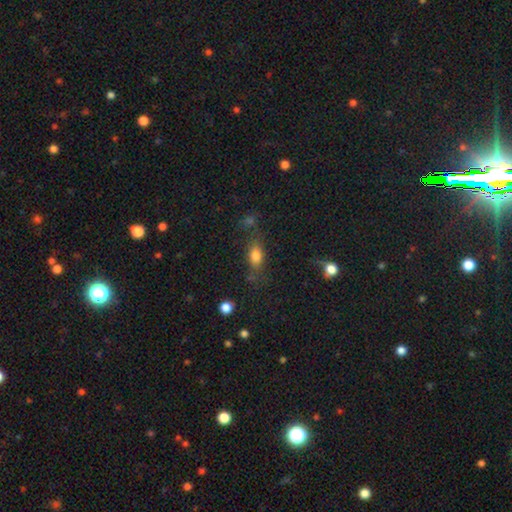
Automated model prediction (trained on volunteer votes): smooth 77%, featured or disk 12%, star or artifact 12%. Down the decision tree: how rounded — in between (76%); merging — none (65%).